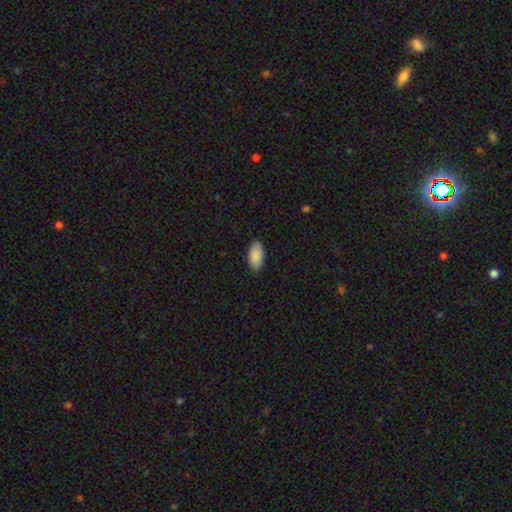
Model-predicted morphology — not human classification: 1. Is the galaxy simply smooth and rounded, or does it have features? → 89% smooth, 6% star or artifact, 5% featured or disk.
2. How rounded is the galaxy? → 94% in between, 4% cigar-shaped, 2% round.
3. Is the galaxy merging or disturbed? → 87% none, 10% minor disturbance, 2% major disturbance, 1% merger.